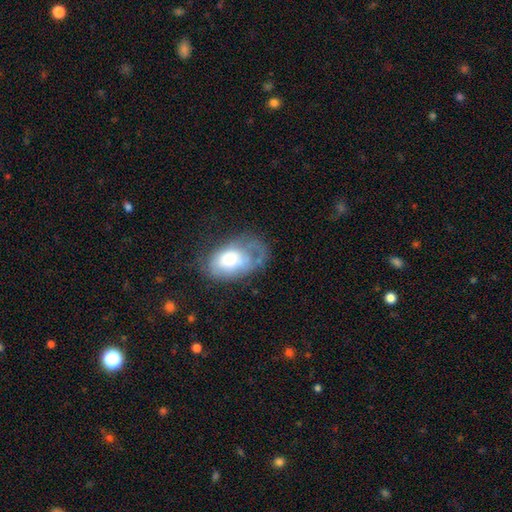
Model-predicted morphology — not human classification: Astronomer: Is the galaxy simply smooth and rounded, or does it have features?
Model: smooth — 49% (runner-up: featured or disk, 42%).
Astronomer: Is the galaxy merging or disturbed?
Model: none — 40% (runner-up: minor disturbance, 29%).